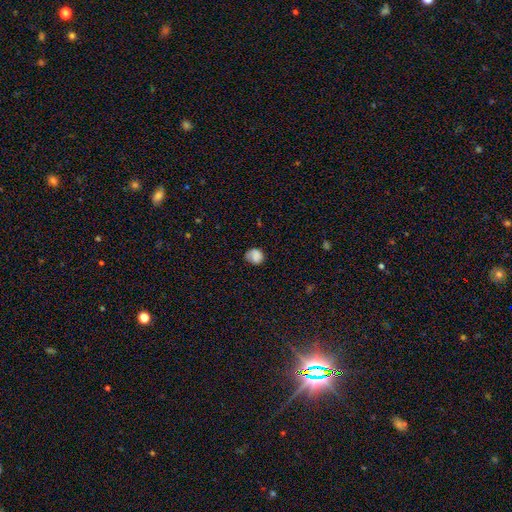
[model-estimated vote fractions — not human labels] This appears to be a smooth galaxy with no disk features (79%) that is round (69%). Merging: none (58%).